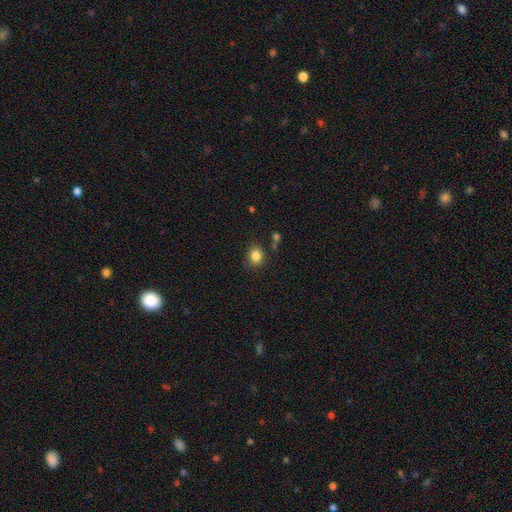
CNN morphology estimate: This appears to be a smooth galaxy with no disk features (84%) that is round (65%). Merging: none (78%).